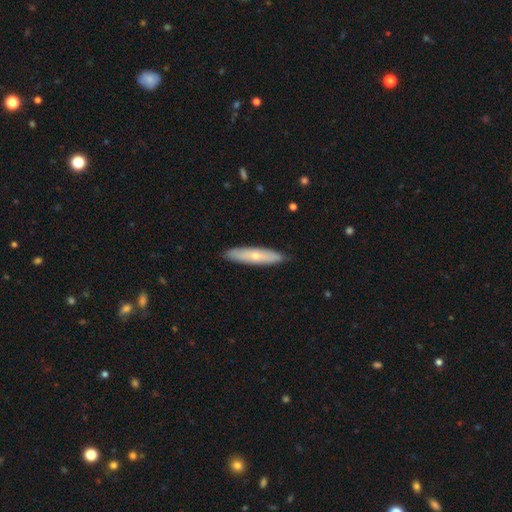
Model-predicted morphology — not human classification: smooth_or_featured: smooth (p=0.58) [alt: featured or disk p=0.37]
how_rounded: cigar-shaped (p=0.80) [alt: in between p=0.18]
merging: none (p=0.89) [alt: minor disturbance p=0.09]